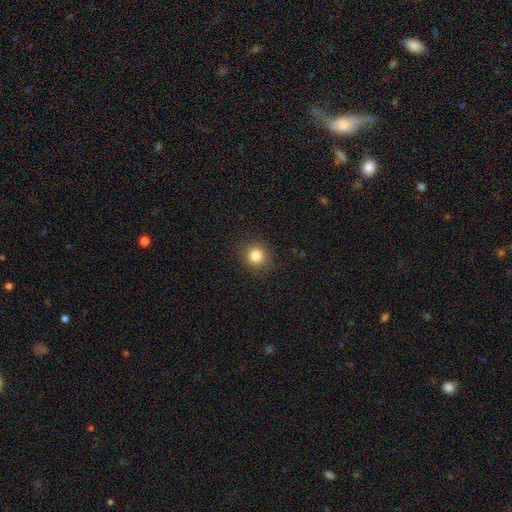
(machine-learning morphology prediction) This is clearly a smooth galaxy (82%). How rounded: clearly round (91%). Merging: clearly none (91%).